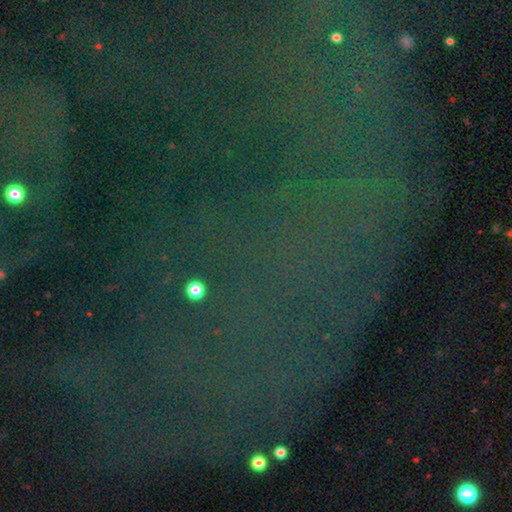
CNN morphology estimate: A star or artifact, not a galaxy (82%).

Vote fractions:
- Smooth or featured? star or artifact: 82% / smooth: 9% / featured or disk: 9%